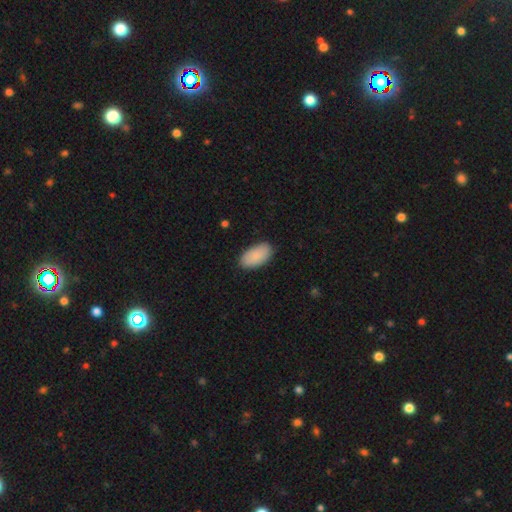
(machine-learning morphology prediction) Q: Smooth or featured?
A: smooth (89%); runner-up: star or artifact (6%)
Q: How rounded?
A: in between (96%); runner-up: round (2%)
Q: Merging?
A: none (86%); runner-up: minor disturbance (10%)